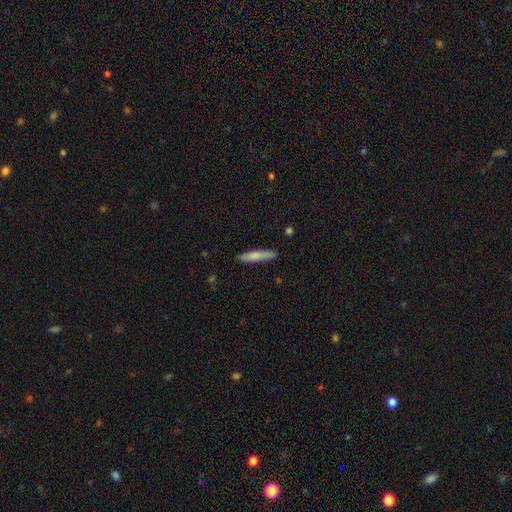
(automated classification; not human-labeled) This appears to be a smooth galaxy with no disk features (73%) that is cigar-shaped (90%). Merging: none (86%).